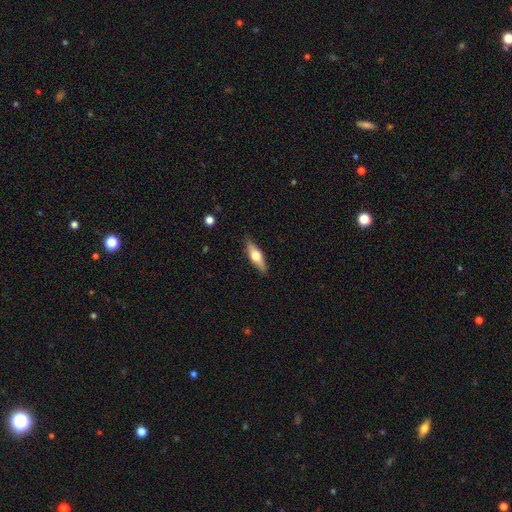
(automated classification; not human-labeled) This is possibly a featured or disk galaxy (47%, tied with smooth). Merging: clearly none (87%).